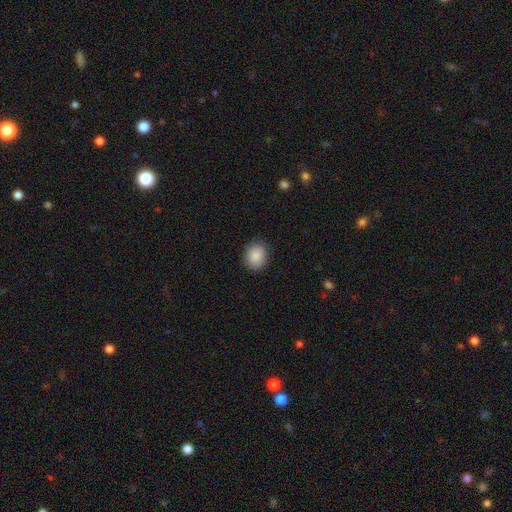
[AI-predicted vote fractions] Overall: smooth (89%). How rounded: round (64%; in between 35%). Merging: none (87%).